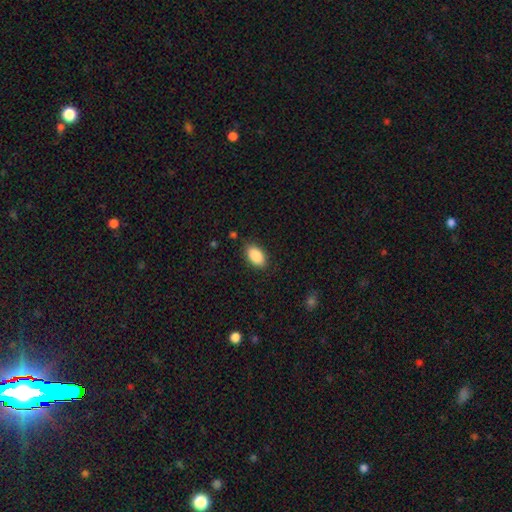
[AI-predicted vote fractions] smooth-or-featured: smooth: 89% | star or artifact: 7% | featured or disk: 4%
  how-rounded: in between: 93% | round: 5% | cigar-shaped: 2%
  merging: none: 85% | minor disturbance: 11% | major disturbance: 3% | merger: 1%